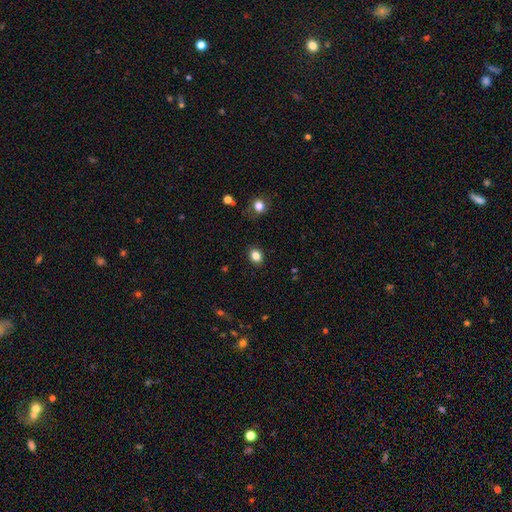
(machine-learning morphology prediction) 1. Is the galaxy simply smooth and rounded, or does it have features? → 84% smooth, 11% star or artifact, 5% featured or disk.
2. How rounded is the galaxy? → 52% round, 48% in between, 1% cigar-shaped.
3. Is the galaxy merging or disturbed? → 88% none, 8% minor disturbance, 2% major disturbance, 1% merger.